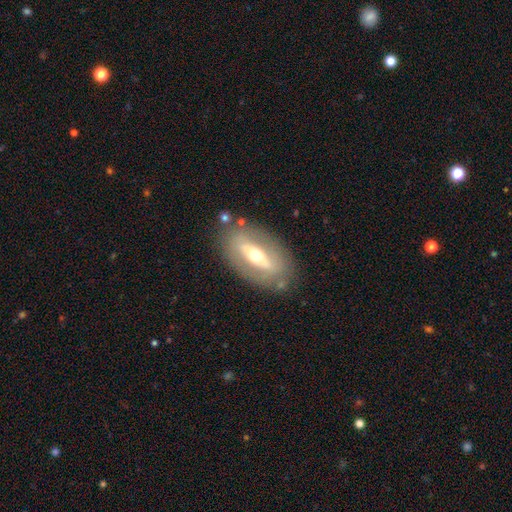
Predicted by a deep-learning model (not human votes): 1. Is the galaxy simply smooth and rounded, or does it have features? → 63% featured or disk, 30% smooth, 7% star or artifact.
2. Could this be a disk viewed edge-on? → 75% no, 25% yes.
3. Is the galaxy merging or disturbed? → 79% none, 13% minor disturbance, 5% major disturbance, 3% merger.